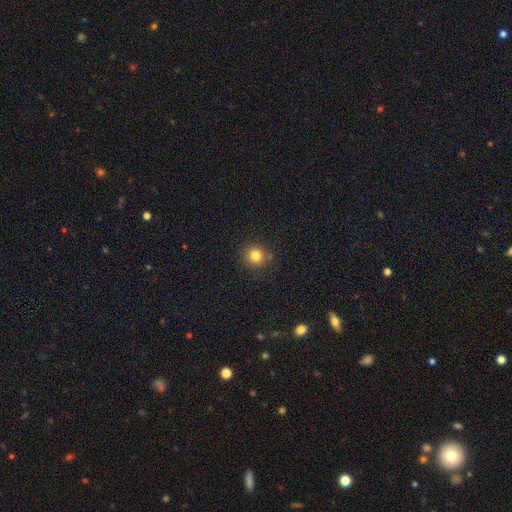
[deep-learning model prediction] The model was most divided on "smooth or featured": smooth: 82%, star or artifact: 13%, featured or disk: 5%. More confident: how rounded — round (91%); merging — none (86%).